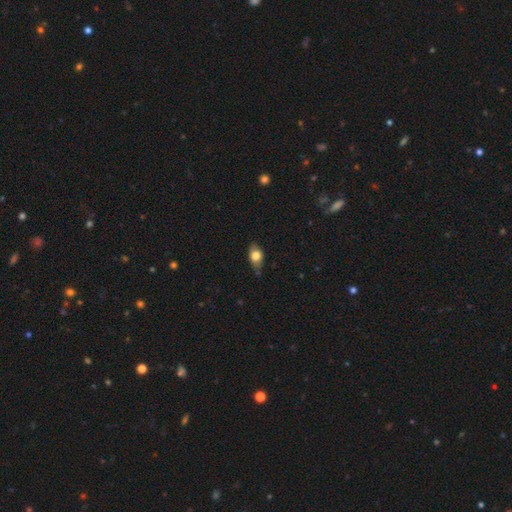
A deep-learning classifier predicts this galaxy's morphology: smooth 72%, featured or disk 20%, star or artifact 8%. Down the decision tree: how rounded — in between (80%); merging — none (65%).